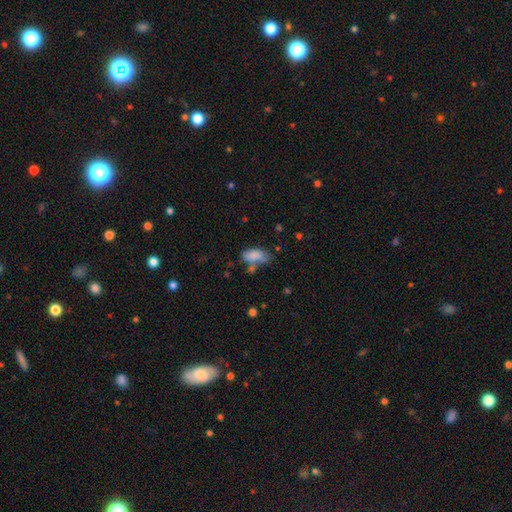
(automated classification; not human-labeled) Smooth or featured?
  - smooth: 81% *
  - featured or disk: 10%
  - star or artifact: 8%
How rounded?
  - in between: 89% *
  - cigar-shaped: 8%
  - round: 3%
Merging?
  - none: 46% *
  - minor disturbance: 26%
  - merger: 17%
  - major disturbance: 11%